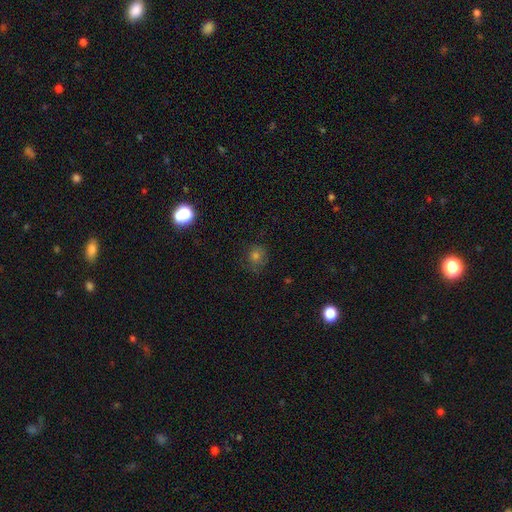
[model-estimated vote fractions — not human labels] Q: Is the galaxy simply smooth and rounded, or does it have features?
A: smooth — 64%.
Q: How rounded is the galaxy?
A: round — 83%.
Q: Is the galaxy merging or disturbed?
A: none — 77%.